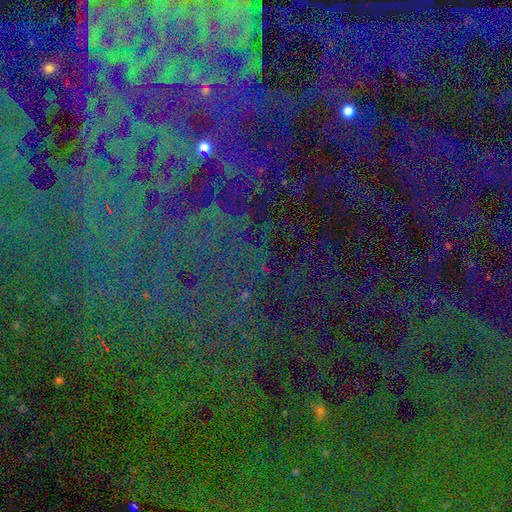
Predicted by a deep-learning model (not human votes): smooth_or_featured: star or artifact (p=0.80) [alt: smooth p=0.10]